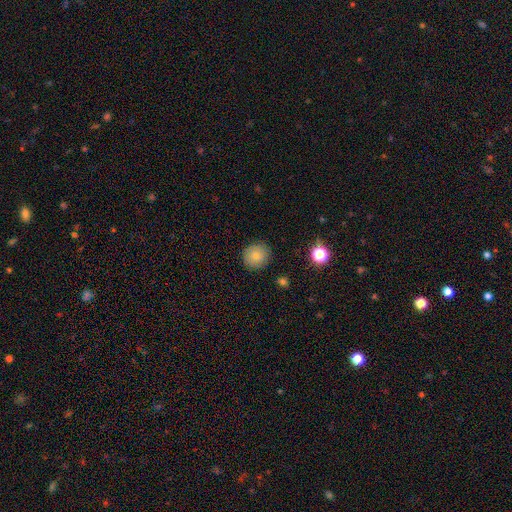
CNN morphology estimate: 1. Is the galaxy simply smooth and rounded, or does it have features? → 80% smooth, 10% featured or disk, 10% star or artifact.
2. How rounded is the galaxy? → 90% round, 9% in between, 1% cigar-shaped.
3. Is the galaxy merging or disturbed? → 88% none, 8% minor disturbance, 2% major disturbance, 1% merger.